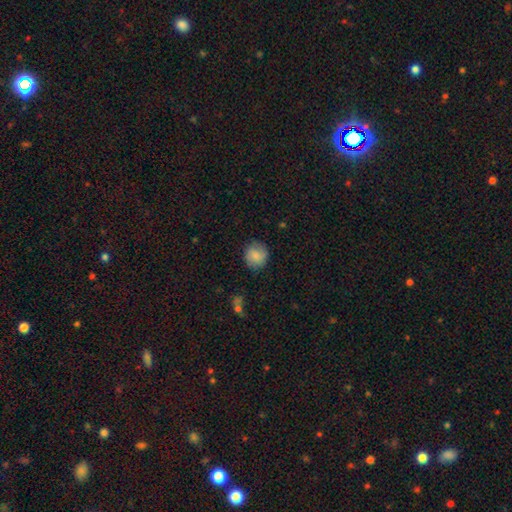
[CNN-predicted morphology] smooth_or_featured: smooth (p=0.81) [alt: featured or disk p=0.12]
how_rounded: round (p=0.86) [alt: in between p=0.13]
merging: none (p=0.82) [alt: minor disturbance p=0.13]